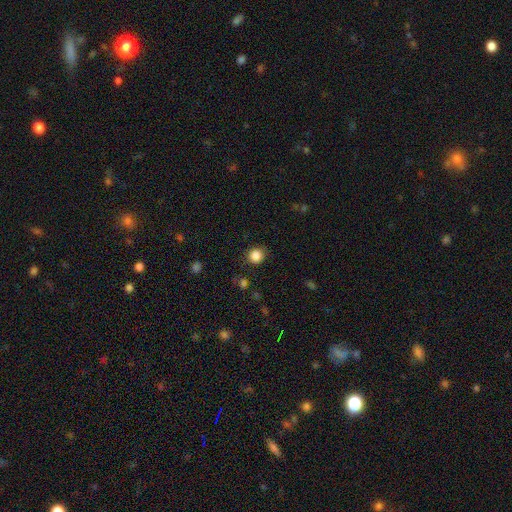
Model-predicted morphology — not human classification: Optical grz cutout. It shows a smooth galaxy with no disk features (85%) that is round (80%). Merging: none (81%).